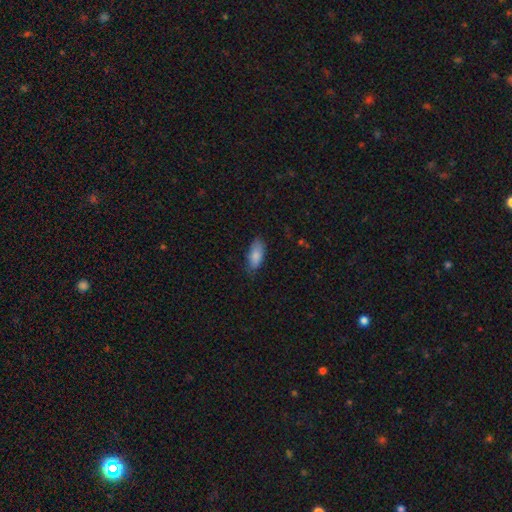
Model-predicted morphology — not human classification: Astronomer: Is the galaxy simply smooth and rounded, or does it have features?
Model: smooth — 84%.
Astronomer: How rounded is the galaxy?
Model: in between — 87%.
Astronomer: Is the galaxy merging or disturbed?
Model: none — 74%.